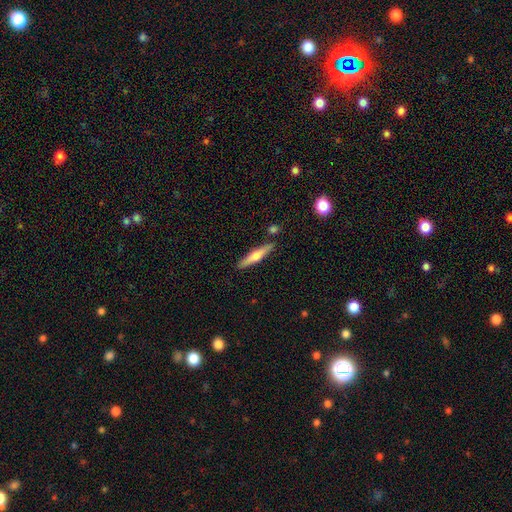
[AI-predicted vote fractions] Morphology: type=featured or disk (50%); merging=none (86%).